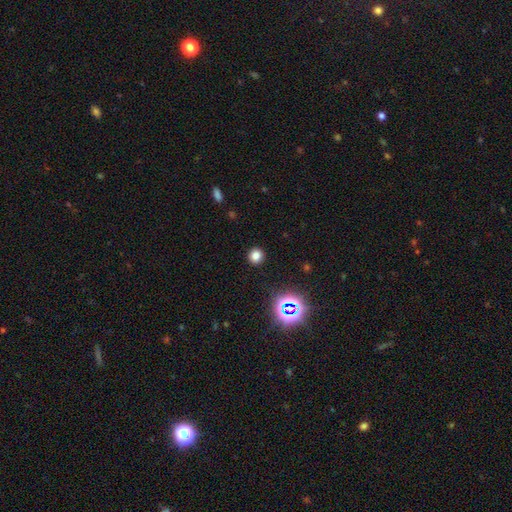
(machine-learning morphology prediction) A smooth galaxy with no disk features (76%) that is round (89%).

Vote fractions:
- Smooth or featured? smooth: 76% / star or artifact: 18% / featured or disk: 5%
- How rounded? round: 89% / in between: 10% / cigar-shaped: 1%
- Merging? none: 91% / minor disturbance: 5% / major disturbance: 2% / merger: 1%